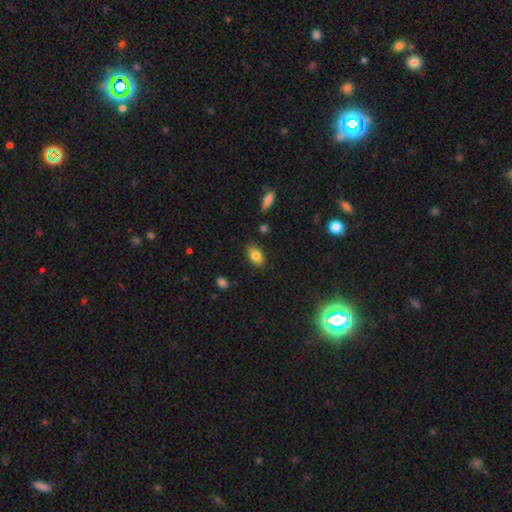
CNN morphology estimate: smooth-or-featured: smooth: 83% | featured or disk: 9% | star or artifact: 8%
  how-rounded: in between: 89% | round: 8% | cigar-shaped: 2%
  merging: none: 82% | minor disturbance: 14% | major disturbance: 3% | merger: 2%